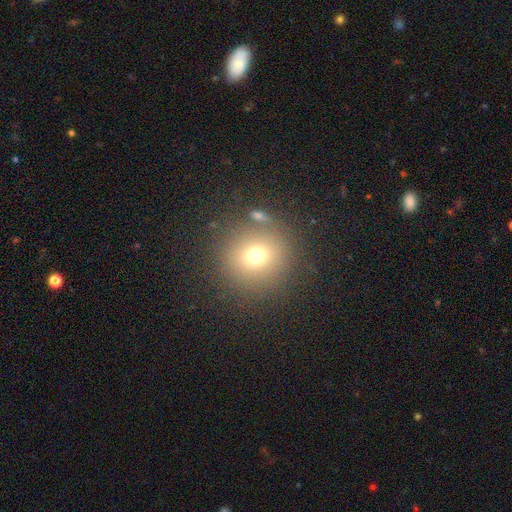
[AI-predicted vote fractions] Smooth or featured: smooth — 70% (star or artifact — 18%)
How rounded: round — 92% (in between — 7%)
Merging: none — 81% (minor disturbance — 9%)